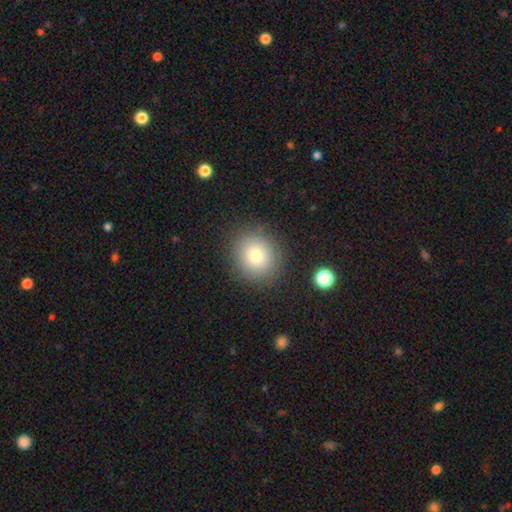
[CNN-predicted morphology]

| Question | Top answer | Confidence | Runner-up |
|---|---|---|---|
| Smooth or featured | smooth | 77% | star or artifact (12%) |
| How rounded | round | 85% | in between (14%) |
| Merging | none | 88% | minor disturbance (8%) |